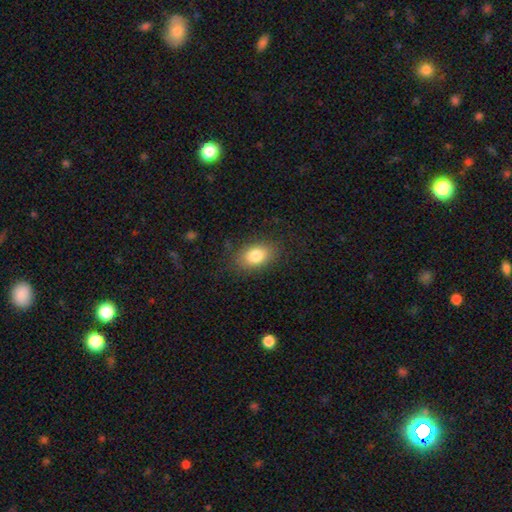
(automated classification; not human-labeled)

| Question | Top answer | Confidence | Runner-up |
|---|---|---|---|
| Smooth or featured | smooth | 82% | featured or disk (9%) |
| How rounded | in between | 84% | round (15%) |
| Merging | none | 83% | minor disturbance (12%) |